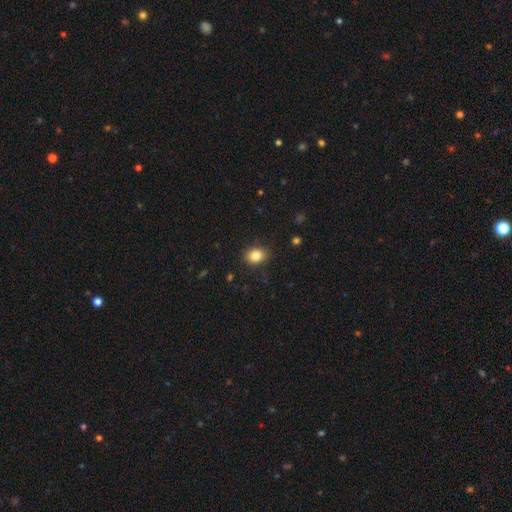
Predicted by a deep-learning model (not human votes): The model was most divided on "how rounded": in between: 50%, round: 49%, cigar-shaped: 1%. More confident: merging — none (88%); smooth or featured — smooth (84%).